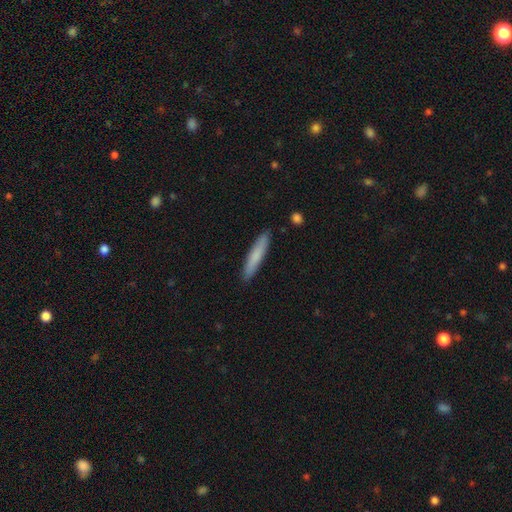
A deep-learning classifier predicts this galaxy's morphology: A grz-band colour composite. It shows a smooth galaxy with no disk features (77%) that is cigar-shaped (92%). Merging: none (90%).